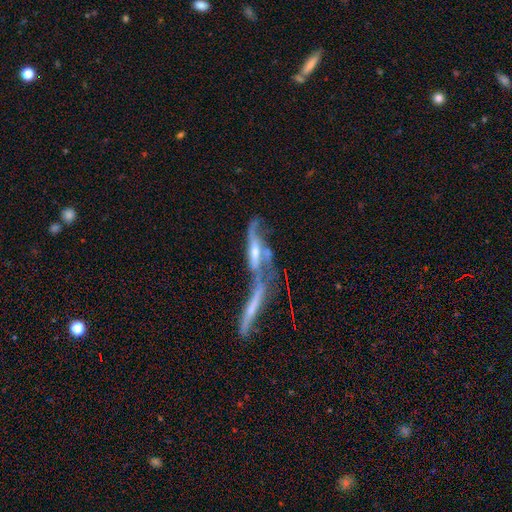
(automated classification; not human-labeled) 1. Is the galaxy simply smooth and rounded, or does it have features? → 50% featured or disk, 29% smooth, 21% star or artifact.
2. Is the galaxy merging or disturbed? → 45% merger, 35% none, 11% minor disturbance, 9% major disturbance.